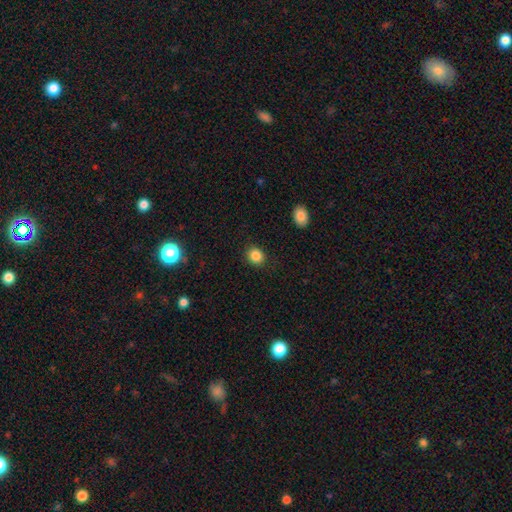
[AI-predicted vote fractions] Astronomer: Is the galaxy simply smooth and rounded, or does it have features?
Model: smooth — 85%.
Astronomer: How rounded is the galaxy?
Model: round — 75%.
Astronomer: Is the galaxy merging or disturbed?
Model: none — 89%.